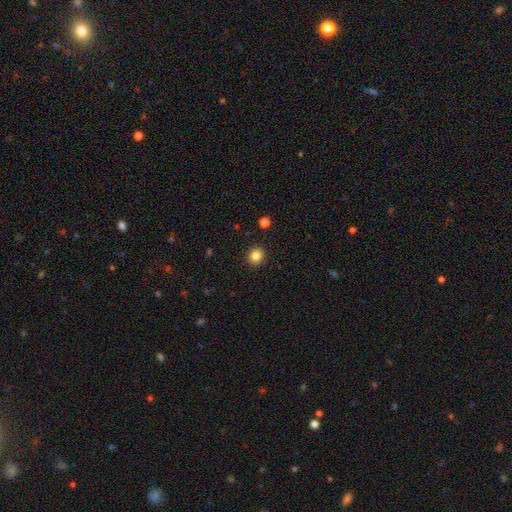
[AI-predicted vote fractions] The model was most divided on "smooth or featured": smooth: 84%, star or artifact: 11%, featured or disk: 5%. More confident: merging — none (92%); how rounded — round (88%).